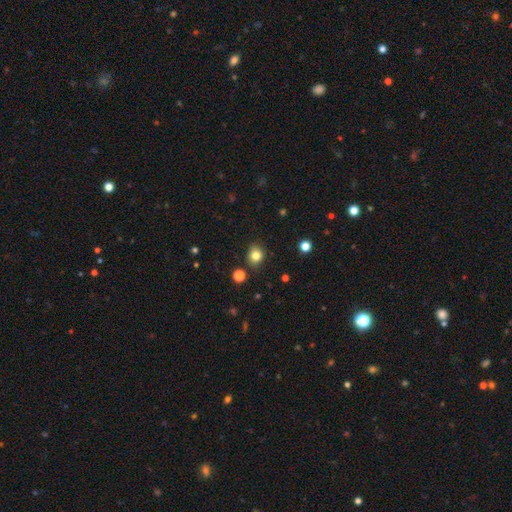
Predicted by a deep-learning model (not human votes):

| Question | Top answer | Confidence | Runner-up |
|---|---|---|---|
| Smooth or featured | smooth | 81% | star or artifact (12%) |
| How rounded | round | 70% | in between (29%) |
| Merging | none | 84% | minor disturbance (11%) |